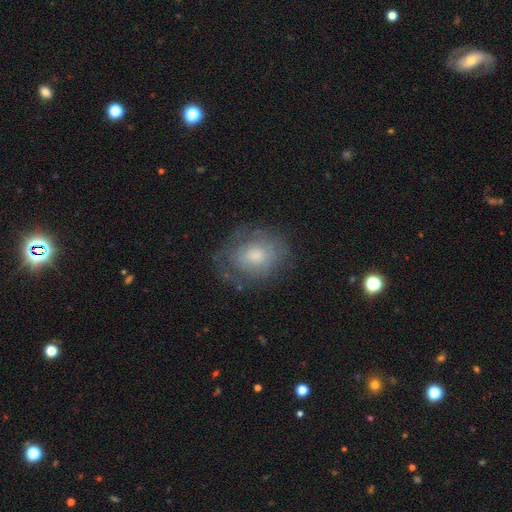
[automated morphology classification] smooth 51%, featured or disk 40%, star or artifact 9%. Down the decision tree: how rounded — round (50%); merging — none (66%).